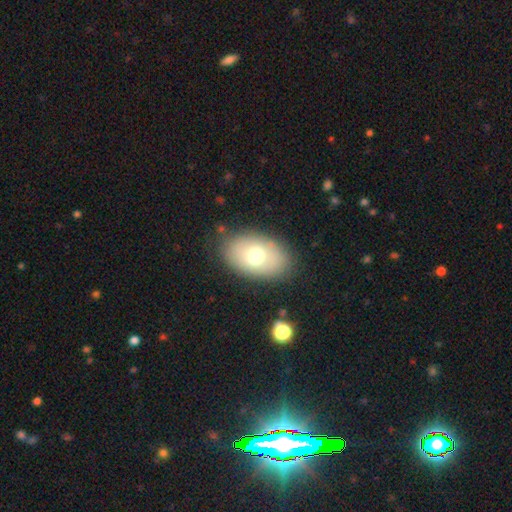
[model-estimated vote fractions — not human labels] Smooth or featured?
  - smooth: 69% *
  - featured or disk: 22%
  - star or artifact: 9%
How rounded?
  - in between: 87% *
  - round: 12%
  - cigar-shaped: 1%
Merging?
  - none: 84% *
  - minor disturbance: 11%
  - major disturbance: 4%
  - merger: 1%